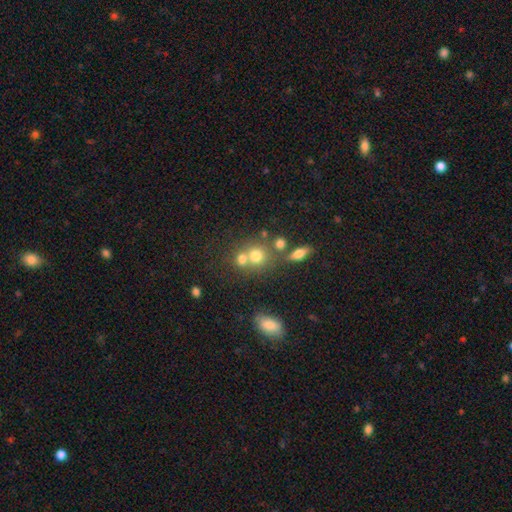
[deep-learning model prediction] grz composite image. It shows a smooth galaxy with no disk features (71%) that is round (79%). Merging: none (45%).